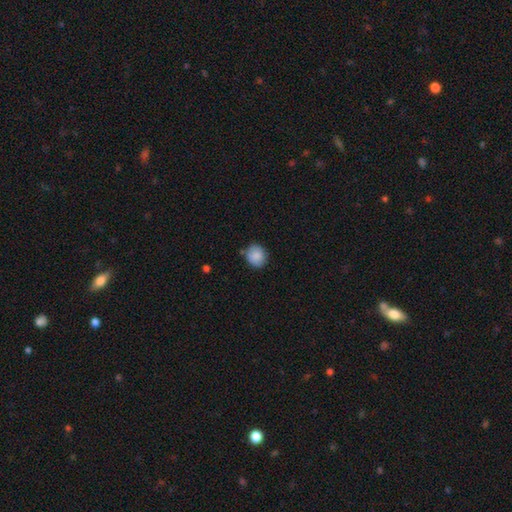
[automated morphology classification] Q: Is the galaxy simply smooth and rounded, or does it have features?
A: smooth — 85%.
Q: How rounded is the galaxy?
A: round — 79%.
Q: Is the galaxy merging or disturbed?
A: none — 76%.